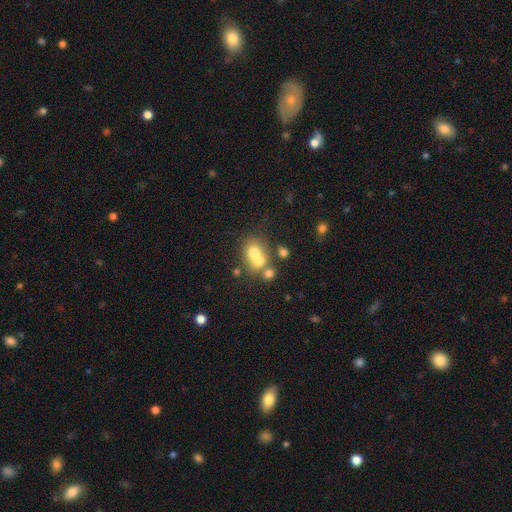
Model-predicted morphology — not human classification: smooth-or-featured: smooth: 64% | featured or disk: 23% | star or artifact: 13%
  how-rounded: round: 68% | in between: 31% | cigar-shaped: 1%
  merging: merger: 55% | none: 33% | minor disturbance: 8% | major disturbance: 5%